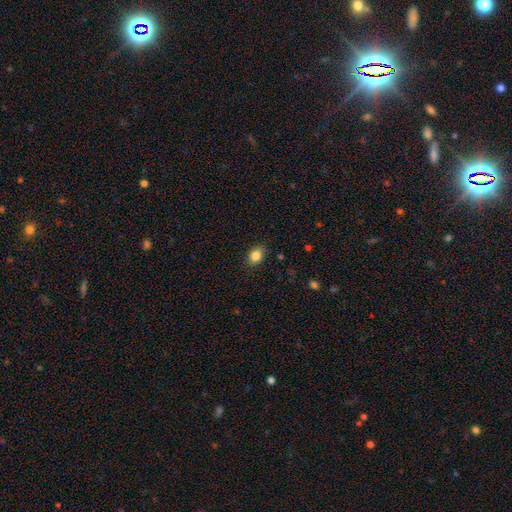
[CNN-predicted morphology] Overall: smooth (85%). How rounded: in between (62%; round 37%). Merging: none (85%).